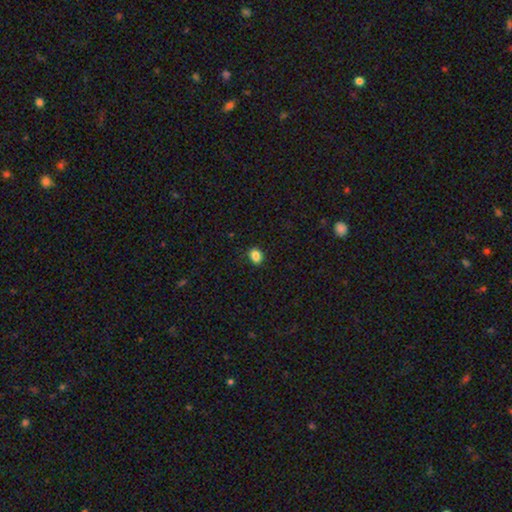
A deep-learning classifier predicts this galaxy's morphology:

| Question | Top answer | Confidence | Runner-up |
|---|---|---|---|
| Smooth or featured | smooth | 85% | star or artifact (11%) |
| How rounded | in between | 53% | round (46%) |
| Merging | none | 85% | minor disturbance (12%) |